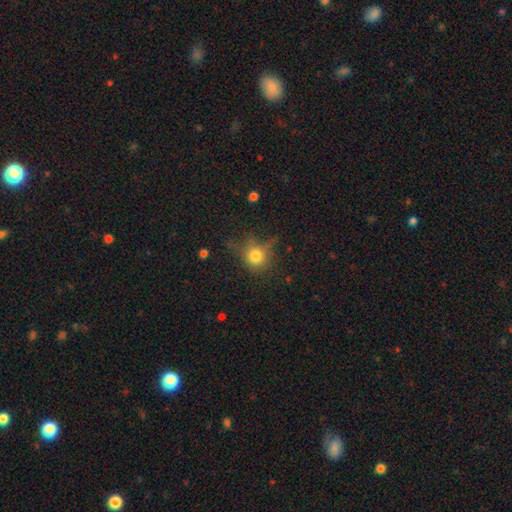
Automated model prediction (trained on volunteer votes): This is likely a smooth galaxy (74%). How rounded: clearly round (82%). Merging: likely none (62%).